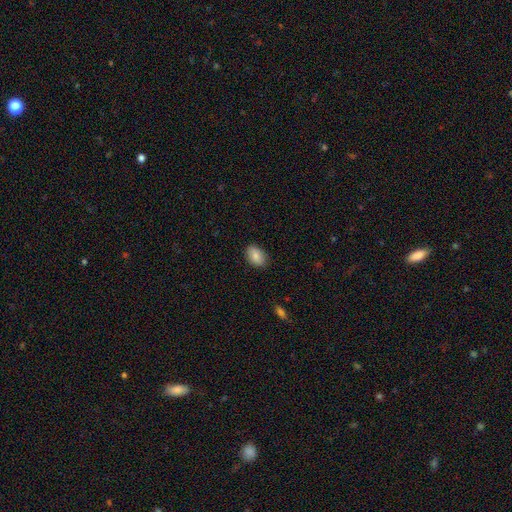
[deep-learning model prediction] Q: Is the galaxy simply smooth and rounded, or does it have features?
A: smooth — 83%.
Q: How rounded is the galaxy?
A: in between — 86%.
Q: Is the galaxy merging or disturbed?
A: none — 86%.